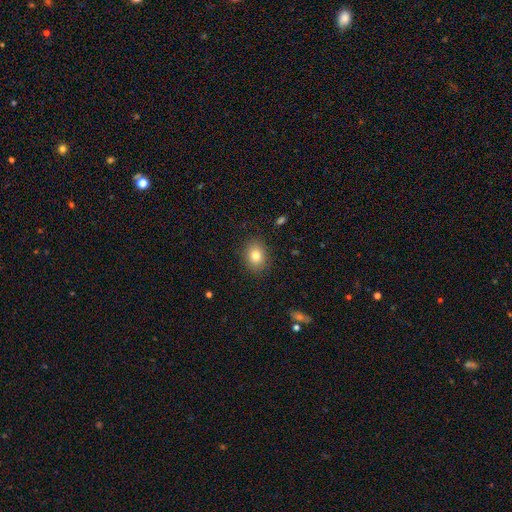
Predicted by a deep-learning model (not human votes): A smooth galaxy with no disk features (81%) that is in between round and cigar-shaped (54%). Merging: none (88%).